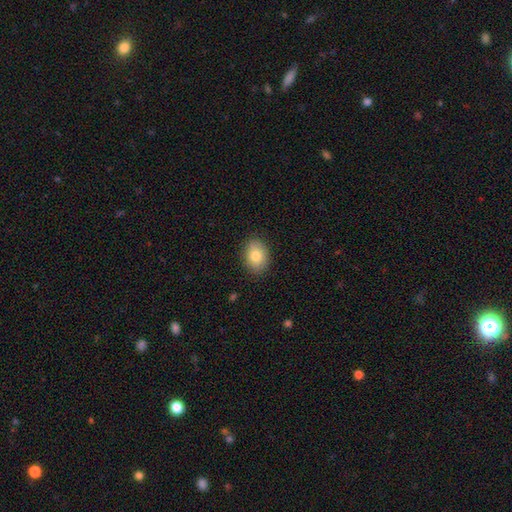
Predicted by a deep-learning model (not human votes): Overall: smooth (82%). How rounded: in between (72%). Merging: none (87%).